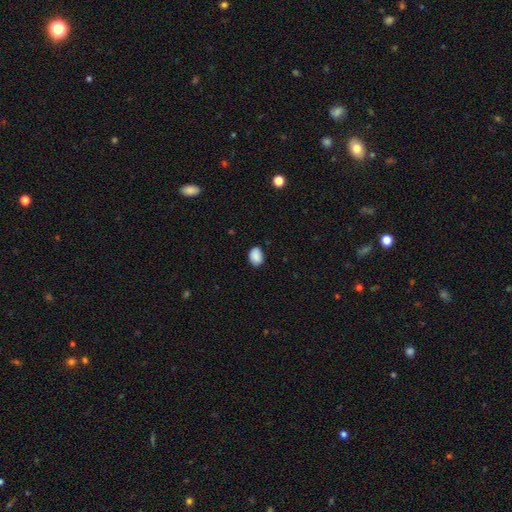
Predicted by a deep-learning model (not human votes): Smooth or featured? Predicted: smooth (p=0.89). How rounded? Predicted: in between (p=0.69). Merging? Predicted: none (p=0.82).